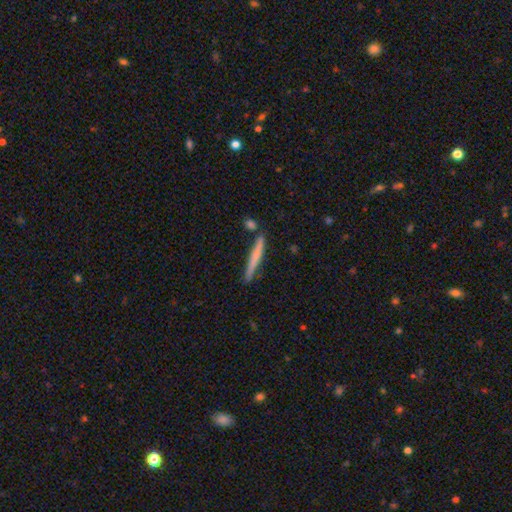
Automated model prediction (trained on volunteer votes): Smooth or featured? smooth (63%)
How rounded? cigar-shaped (96%)
Merging? none (82%)